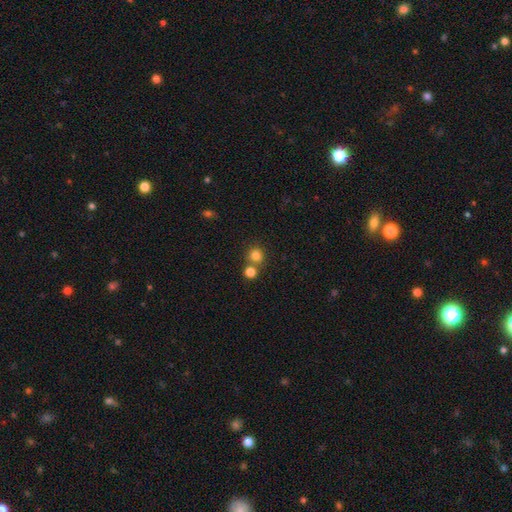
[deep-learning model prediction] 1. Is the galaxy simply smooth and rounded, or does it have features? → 82% smooth, 13% star or artifact, 5% featured or disk.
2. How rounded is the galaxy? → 88% round, 11% in between, 1% cigar-shaped.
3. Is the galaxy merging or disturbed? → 63% none, 27% merger, 7% minor disturbance, 3% major disturbance.